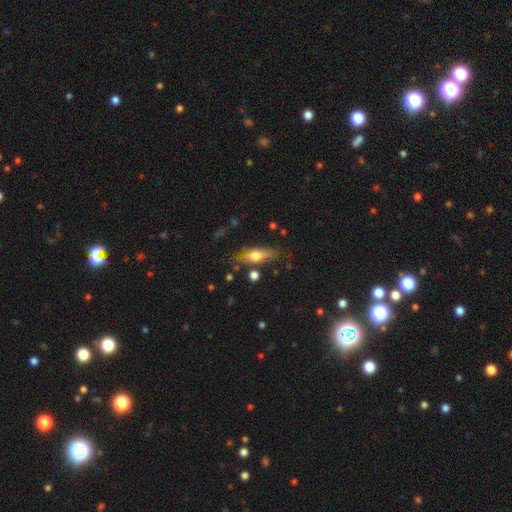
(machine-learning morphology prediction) Smooth or featured?
  - smooth: 55% *
  - featured or disk: 36%
  - star or artifact: 8%
How rounded?
  - in between: 58% *
  - cigar-shaped: 37%
  - round: 5%
Merging?
  - none: 67% *
  - minor disturbance: 20%
  - major disturbance: 7%
  - merger: 6%